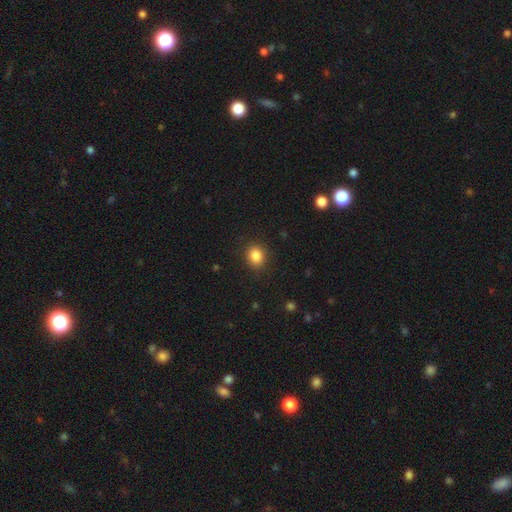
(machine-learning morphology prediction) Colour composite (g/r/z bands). It shows a smooth galaxy with no disk features (85%) that is round (66%). Merging: none (88%).